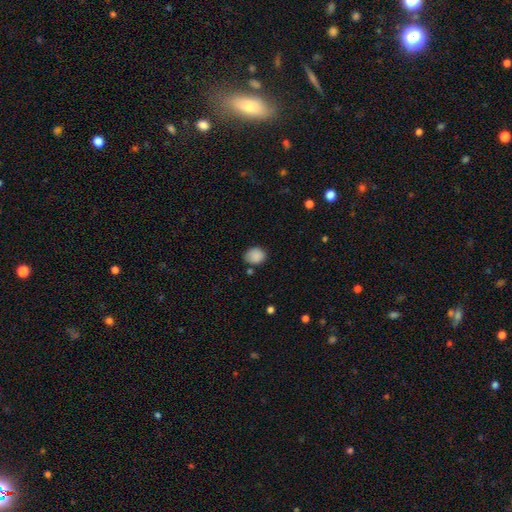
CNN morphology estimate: A smooth galaxy with no disk features (87%) that is round (53%).

Vote fractions:
- Smooth or featured? smooth: 87% / star or artifact: 9% / featured or disk: 4%
- How rounded? round: 53% / in between: 46% / cigar-shaped: 1%
- Merging? none: 72% / minor disturbance: 19% / merger: 5% / major disturbance: 4%